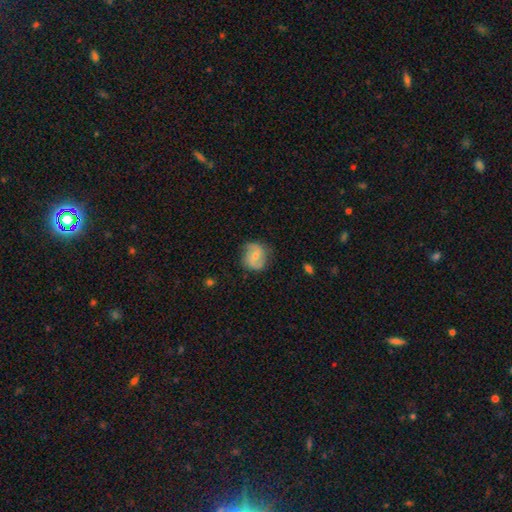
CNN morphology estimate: Overall: featured or disk (57%; smooth 37%). Edge-on disk: no (97%). Bar: no (45%; weak 43%). Spiral arms: yes (87%). Bulge size: small (51%; moderate 39%). Merging: none (73%).